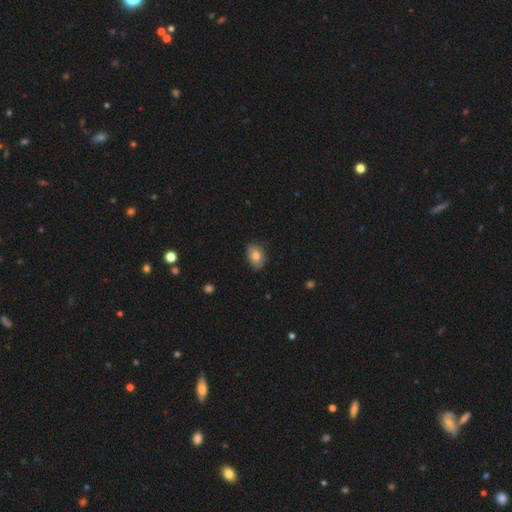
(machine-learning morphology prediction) A smooth galaxy with no disk features (80%) that is in between round and cigar-shaped (77%). Merging: none (83%).